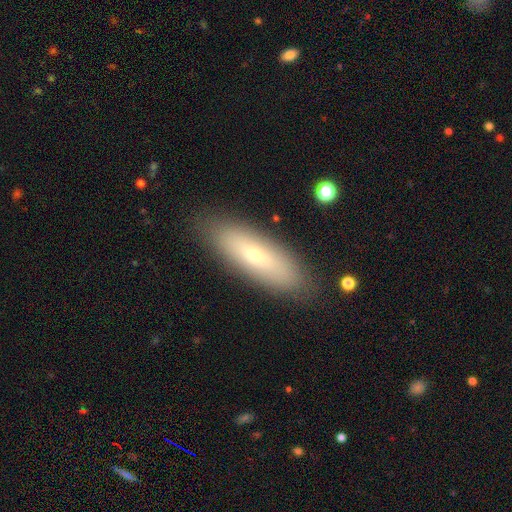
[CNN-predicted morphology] smooth-or-featured: smooth: 64% | featured or disk: 28% | star or artifact: 7%
  how-rounded: in between: 55% | cigar-shaped: 43% | round: 2%
  merging: none: 86% | minor disturbance: 10% | major disturbance: 3% | merger: 1%